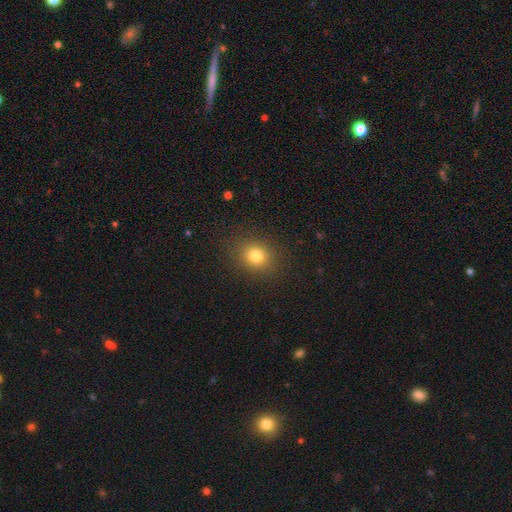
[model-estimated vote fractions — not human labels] Smooth or featured?
  - smooth: 81% *
  - star or artifact: 13%
  - featured or disk: 7%
How rounded?
  - round: 64% *
  - in between: 35%
  - cigar-shaped: 1%
Merging?
  - none: 87% *
  - minor disturbance: 8%
  - major disturbance: 3%
  - merger: 1%